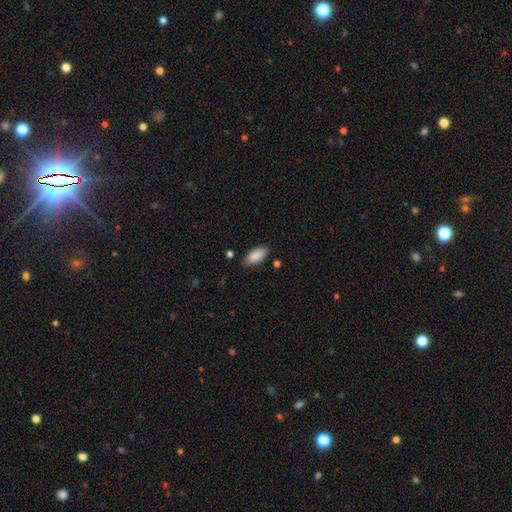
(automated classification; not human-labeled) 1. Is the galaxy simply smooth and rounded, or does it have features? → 88% smooth, 6% star or artifact, 5% featured or disk.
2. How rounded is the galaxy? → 92% in between, 6% cigar-shaped, 2% round.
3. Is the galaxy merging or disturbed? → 80% none, 15% minor disturbance, 3% major disturbance, 2% merger.